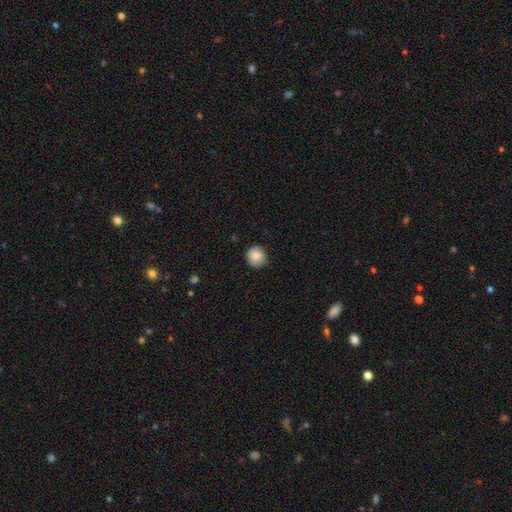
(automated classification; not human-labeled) Smooth or featured: smooth — 85% (star or artifact — 8%)
How rounded: round — 87% (in between — 12%)
Merging: none — 86% (minor disturbance — 11%)